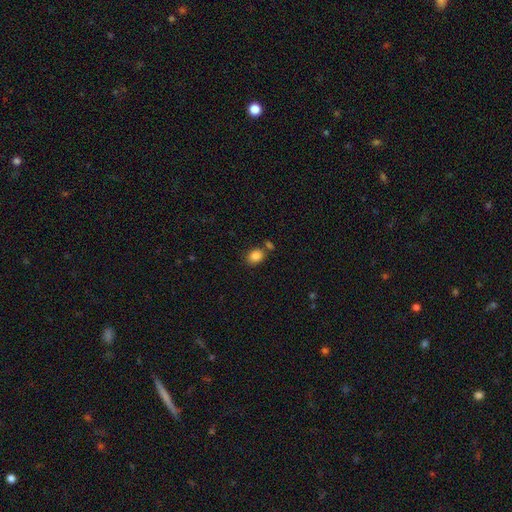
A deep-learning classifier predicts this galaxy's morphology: smooth 86%, star or artifact 10%, featured or disk 5%. Down the decision tree: how rounded — in between (59%); merging — none (70%).